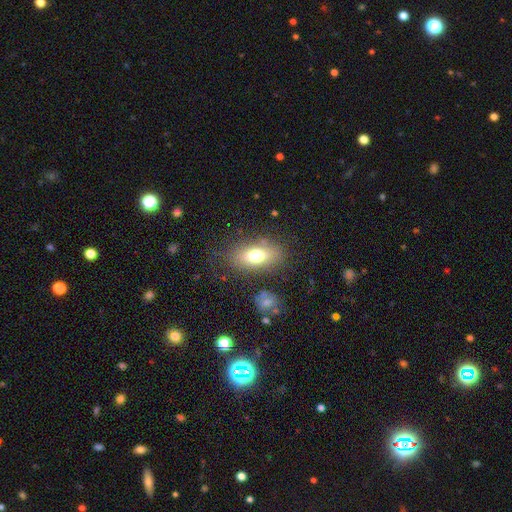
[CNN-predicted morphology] The model was most divided on "smooth or featured": smooth: 73%, featured or disk: 18%, star or artifact: 9%. More confident: how rounded — in between (85%); merging — none (77%).